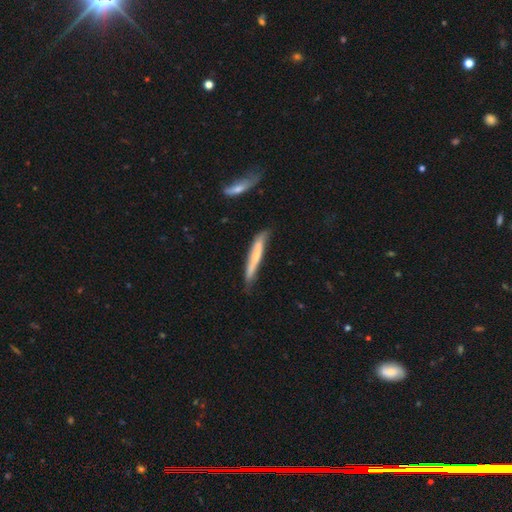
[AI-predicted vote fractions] Overall: smooth (54%; featured or disk 41%). How rounded: cigar-shaped (94%). Merging: none (67%).